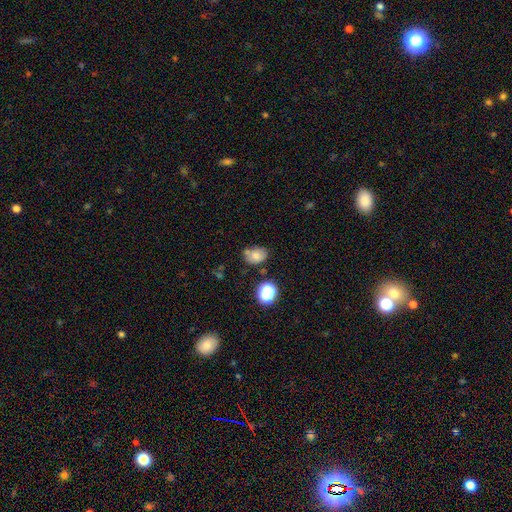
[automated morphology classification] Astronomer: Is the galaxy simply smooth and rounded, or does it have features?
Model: smooth — 73%.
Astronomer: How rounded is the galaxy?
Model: in between — 62%.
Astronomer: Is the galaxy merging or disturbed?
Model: none — 58%.